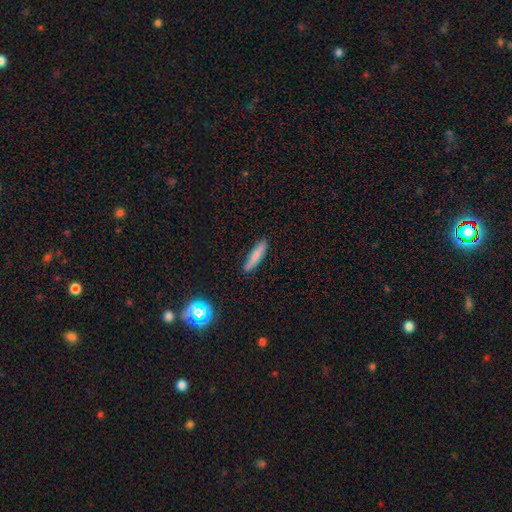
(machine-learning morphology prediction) Smooth or featured? smooth (76%)
How rounded? cigar-shaped (84%)
Merging? none (85%)